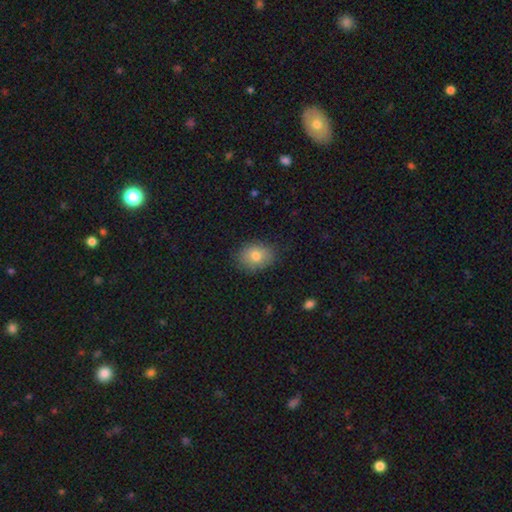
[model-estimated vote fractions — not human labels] Smooth or featured?
  - smooth: 79% *
  - featured or disk: 12%
  - star or artifact: 10%
How rounded?
  - in between: 60% *
  - round: 39%
  - cigar-shaped: 1%
Merging?
  - none: 83% *
  - minor disturbance: 13%
  - major disturbance: 3%
  - merger: 1%